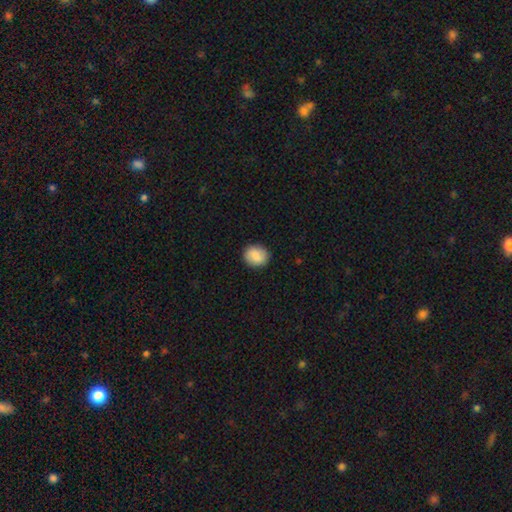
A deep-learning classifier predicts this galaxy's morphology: smooth 84%, featured or disk 8%, star or artifact 7%. Down the decision tree: how rounded — round (71%); merging — none (89%).